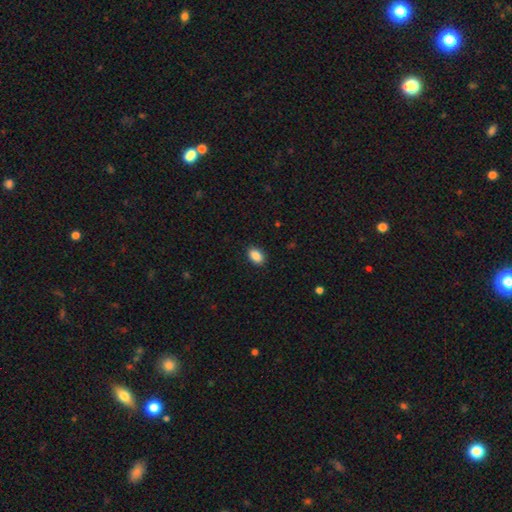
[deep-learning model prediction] Q: Smooth or featured?
A: smooth (89%); runner-up: star or artifact (8%)
Q: How rounded?
A: in between (88%); runner-up: round (11%)
Q: Merging?
A: none (89%); runner-up: minor disturbance (8%)